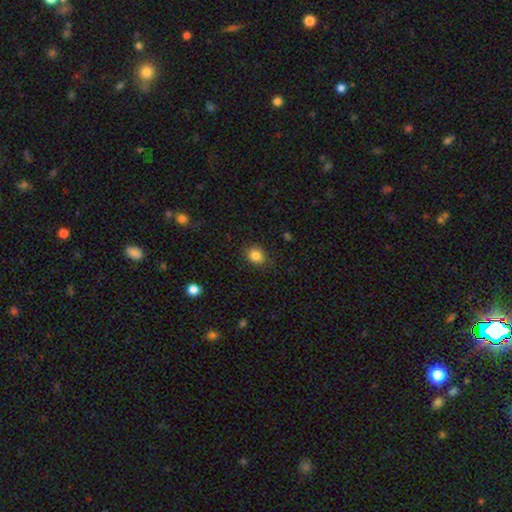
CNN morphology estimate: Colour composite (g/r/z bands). It shows a smooth galaxy with no disk features (85%) that is round (60%). Merging: none (84%).